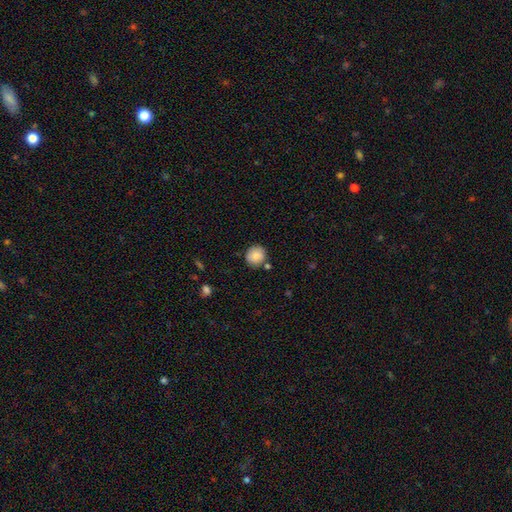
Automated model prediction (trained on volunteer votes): Q: Smooth or featured?
A: smooth (84%); runner-up: star or artifact (8%)
Q: How rounded?
A: round (88%); runner-up: in between (11%)
Q: Merging?
A: none (80%); runner-up: minor disturbance (11%)